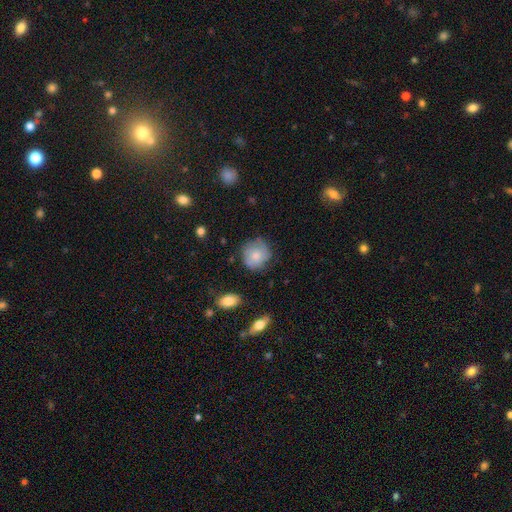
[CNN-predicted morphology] Smooth or featured? Predicted: smooth (p=0.72). How rounded? Predicted: round (p=0.87). Merging? Predicted: none (p=0.70).